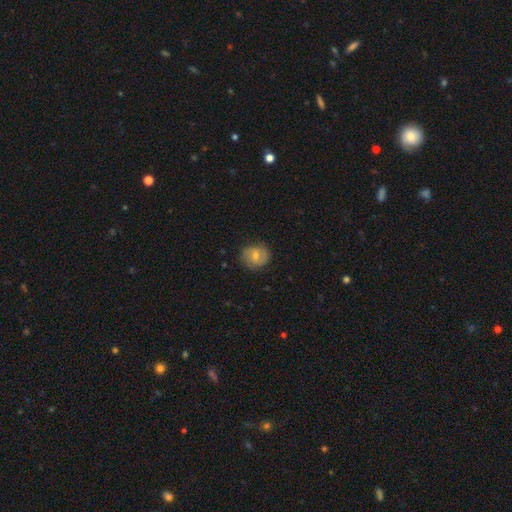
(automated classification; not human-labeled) Q: Smooth or featured?
A: smooth (50%); runner-up: featured or disk (42%)
Q: How rounded?
A: round (77%); runner-up: in between (22%)
Q: Merging?
A: none (79%); runner-up: minor disturbance (16%)